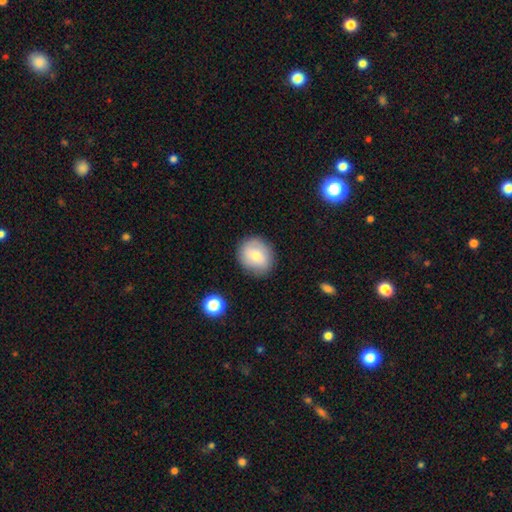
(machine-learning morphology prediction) A smooth galaxy with no disk features (74%) that is round (69%). Merging: none (84%).